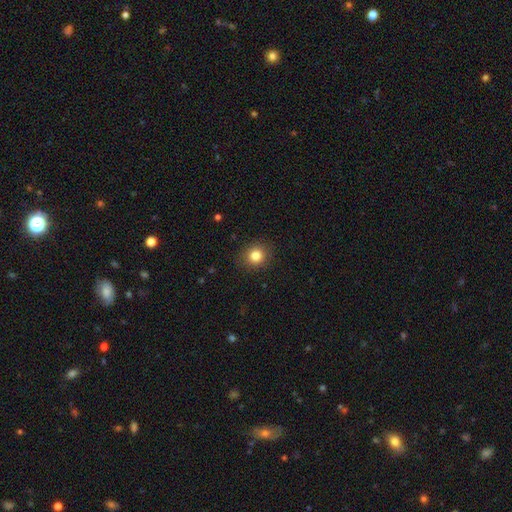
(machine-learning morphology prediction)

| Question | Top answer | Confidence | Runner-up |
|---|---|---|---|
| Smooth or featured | smooth | 83% | star or artifact (11%) |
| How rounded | round | 84% | in between (15%) |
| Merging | none | 89% | minor disturbance (8%) |